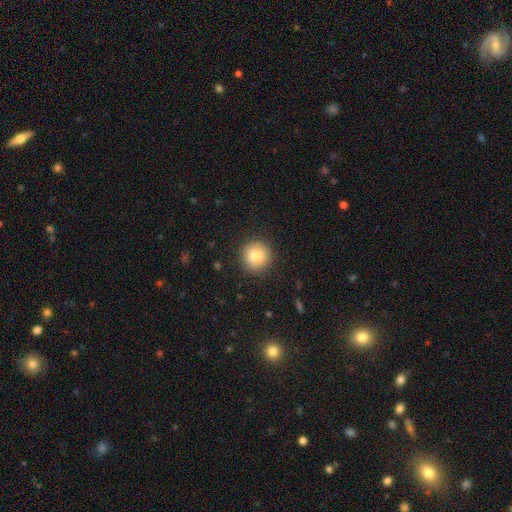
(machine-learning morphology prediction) Smooth or featured? Predicted: smooth (p=0.83). How rounded? Predicted: round (p=0.94). Merging? Predicted: none (p=0.90).